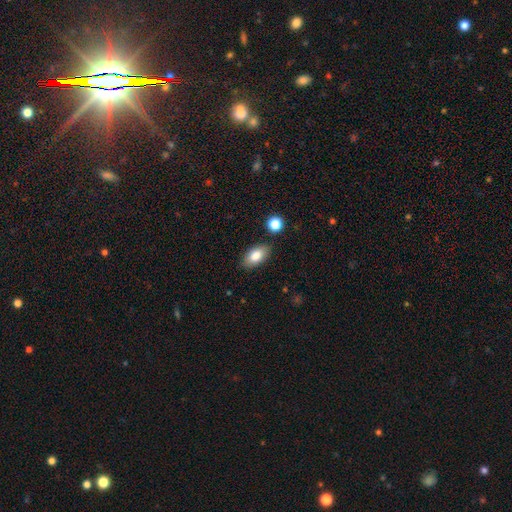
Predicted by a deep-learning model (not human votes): A smooth galaxy with no disk features (83%) that is in between round and cigar-shaped (92%). Merging: none (83%).